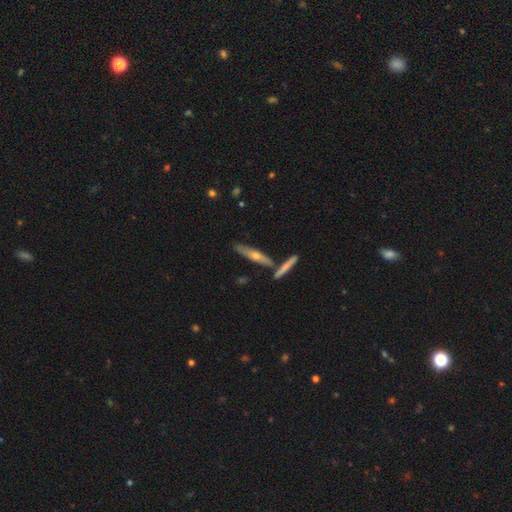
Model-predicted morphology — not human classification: Smooth or featured: featured or disk — 59% (smooth — 34%)
Edge-on disk: yes — 87% (no — 13%)
Edge-on bulge: rounded — 79% (none — 18%)
Merging: none — 75% (merger — 13%)